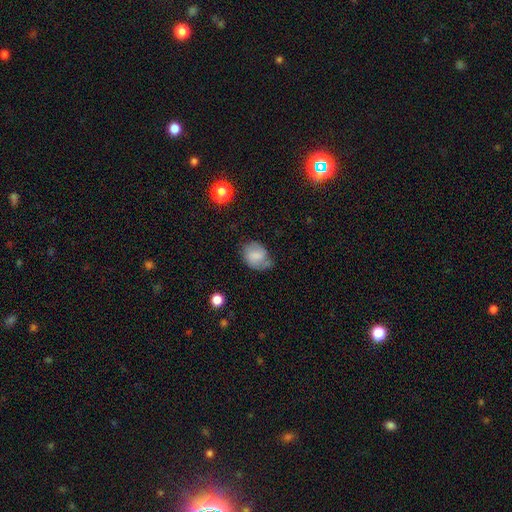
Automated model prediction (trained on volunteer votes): A smooth galaxy with no disk features (65%) that is in between round and cigar-shaped (51%). Merging: none (50%).